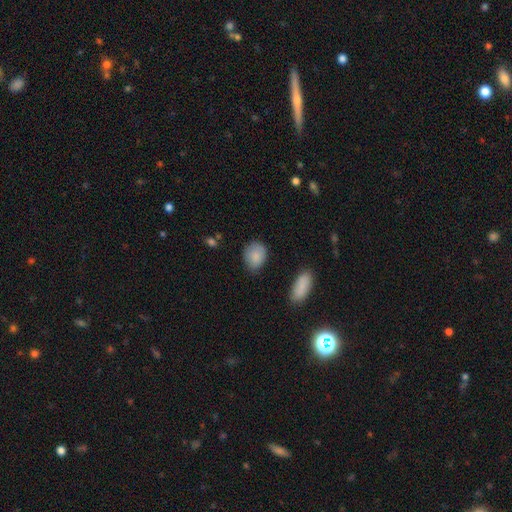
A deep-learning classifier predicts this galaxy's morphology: Q: Smooth or featured?
A: smooth (87%); runner-up: star or artifact (7%)
Q: How rounded?
A: in between (51%); runner-up: round (48%)
Q: Merging?
A: none (70%); runner-up: minor disturbance (23%)